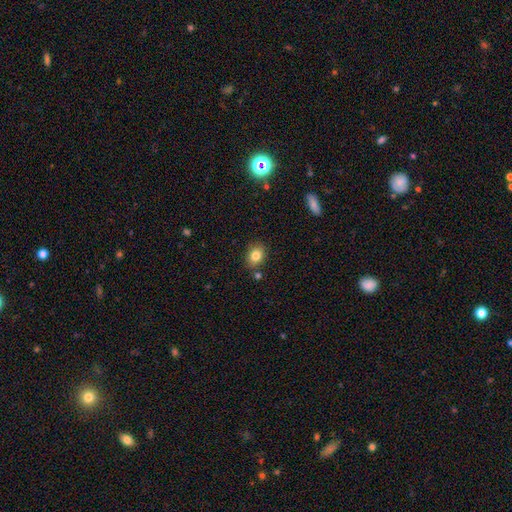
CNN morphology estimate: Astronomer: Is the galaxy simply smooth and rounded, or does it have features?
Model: smooth — 83%.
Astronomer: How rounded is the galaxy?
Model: in between — 60% (runner-up: round, 39%).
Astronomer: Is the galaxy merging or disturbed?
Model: none — 80%.